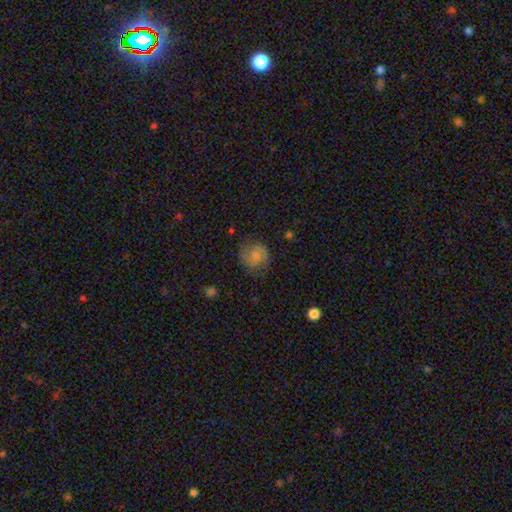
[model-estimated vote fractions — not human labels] Smooth or featured? featured or disk (50%)
Edge-on disk? no (98%)
Merging? none (75%)